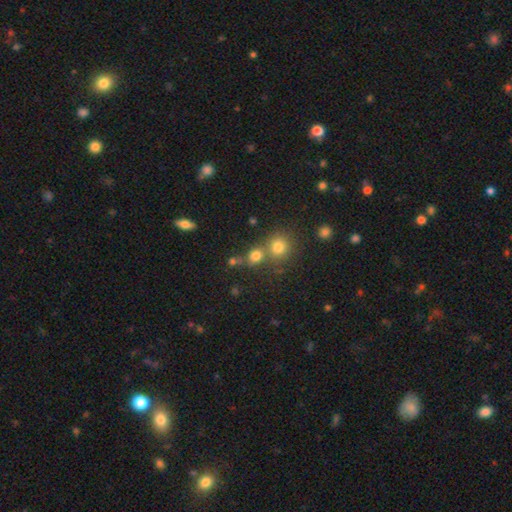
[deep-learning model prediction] smooth 76%, star or artifact 16%, featured or disk 8%. Down the decision tree: how rounded — round (74%); merging — none (53%).